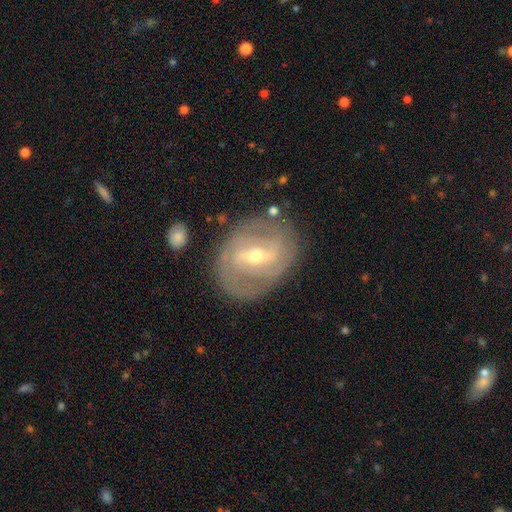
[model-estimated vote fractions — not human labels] Smooth or featured: featured or disk — 84% (smooth — 10%)
Edge-on disk: no — 96% (yes — 4%)
Bar: strong — 45% (weak — 43%)
Spiral arms: yes — 91% (no — 9%)
Spiral winding: tight — 57% (medium — 32%)
Spiral arm count: 2 — 48% (can't tell — 25%)
Bulge size: moderate — 52% (small — 44%)
Merging: none — 77% (minor disturbance — 15%)